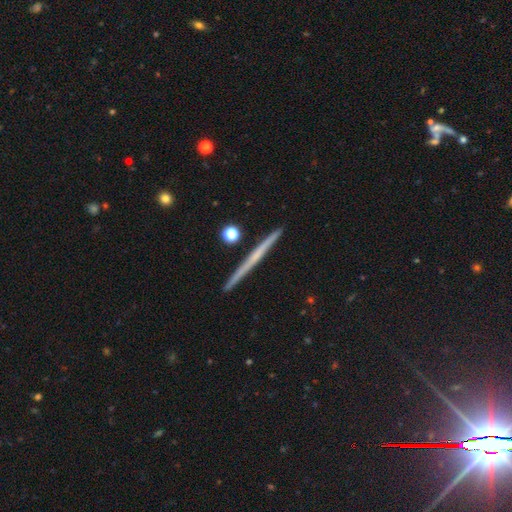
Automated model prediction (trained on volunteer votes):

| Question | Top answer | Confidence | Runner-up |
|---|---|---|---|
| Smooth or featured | featured or disk | 63% | smooth (30%) |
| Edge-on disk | yes | 98% | no (2%) |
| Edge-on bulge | none | 78% | rounded (18%) |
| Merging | none | 92% | minor disturbance (5%) |